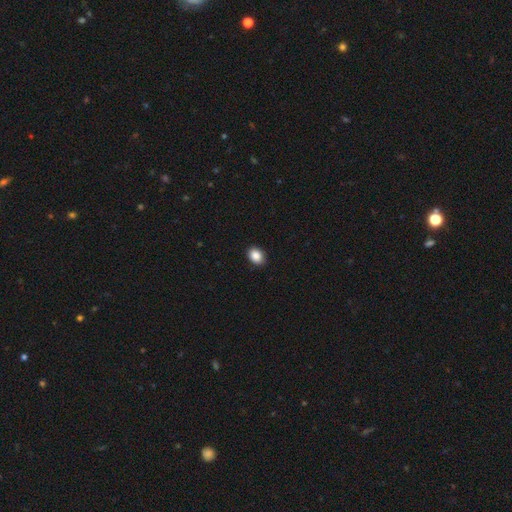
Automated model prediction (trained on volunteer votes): Smooth or featured: smooth — 88% (star or artifact — 8%)
How rounded: in between — 64% (round — 35%)
Merging: none — 90% (minor disturbance — 7%)